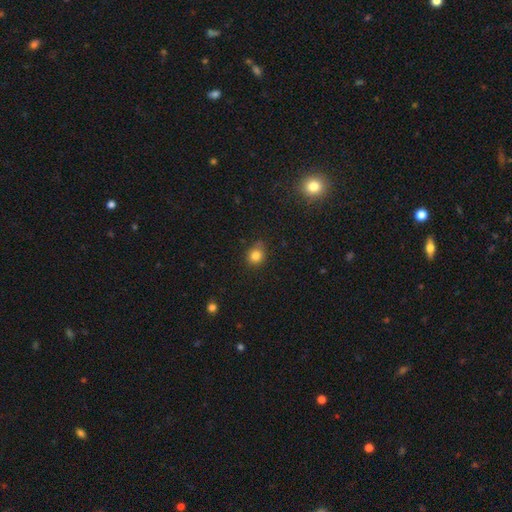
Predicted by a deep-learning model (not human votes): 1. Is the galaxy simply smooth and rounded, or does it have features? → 82% smooth, 12% star or artifact, 6% featured or disk.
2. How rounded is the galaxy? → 74% round, 25% in between, 1% cigar-shaped.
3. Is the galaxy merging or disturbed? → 66% none, 26% minor disturbance, 5% major disturbance, 3% merger.